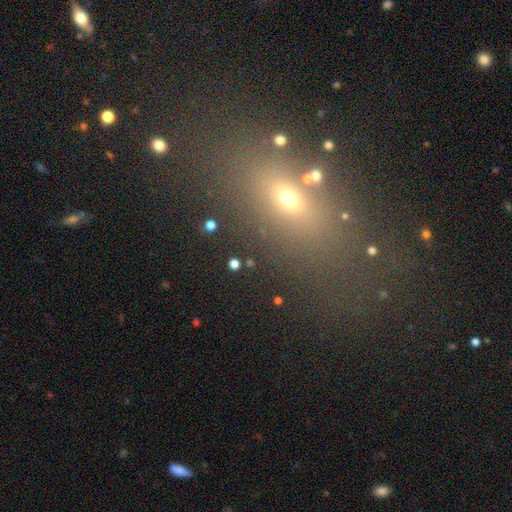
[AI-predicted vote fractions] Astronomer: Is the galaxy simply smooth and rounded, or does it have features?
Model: smooth — 53% (runner-up: star or artifact, 29%).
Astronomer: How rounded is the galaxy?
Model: in between — 67%.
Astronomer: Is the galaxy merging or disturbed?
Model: none — 78%.